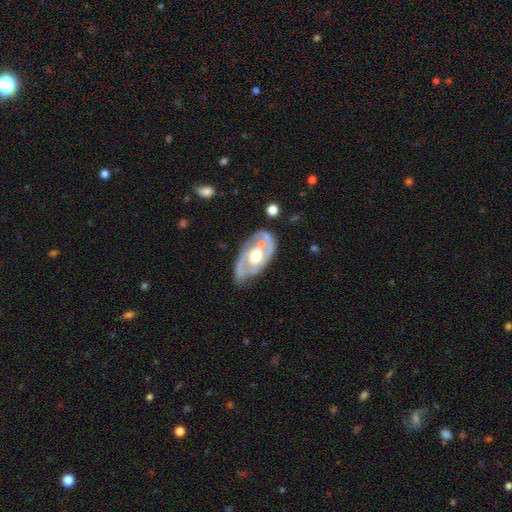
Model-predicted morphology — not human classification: A featured or disk galaxy (80%) with no bar (62%), 2 (70%) tight (42%) spiral arms (71%) and a moderate central bulge (71%). Merging: none (65%).